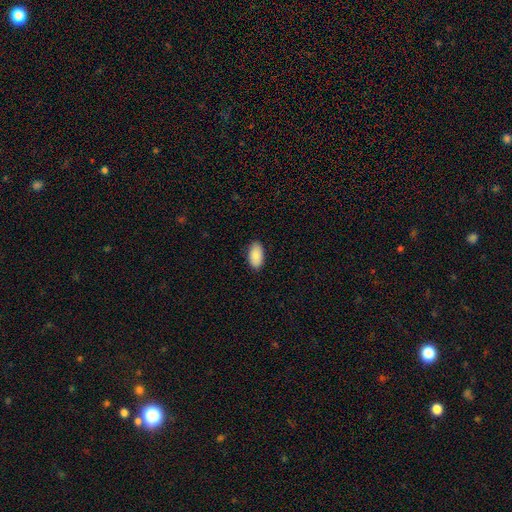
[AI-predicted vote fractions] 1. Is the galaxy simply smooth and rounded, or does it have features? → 90% smooth, 6% star or artifact, 4% featured or disk.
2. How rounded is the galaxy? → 95% in between, 3% round, 2% cigar-shaped.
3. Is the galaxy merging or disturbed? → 88% none, 10% minor disturbance, 2% major disturbance, 1% merger.